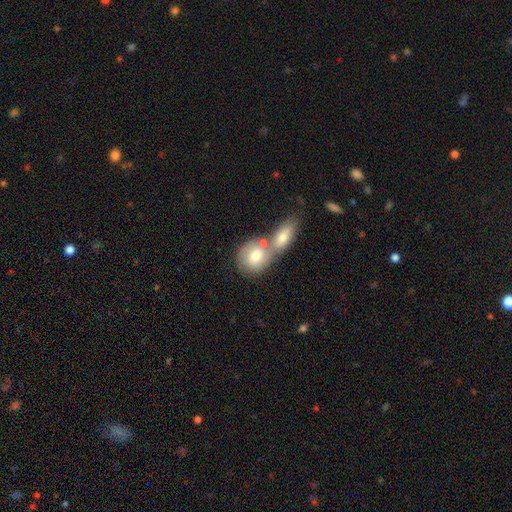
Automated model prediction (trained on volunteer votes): Smooth or featured? Predicted: smooth (p=0.73). How rounded? Predicted: round (p=0.51). Merging? Predicted: merger (p=0.58).